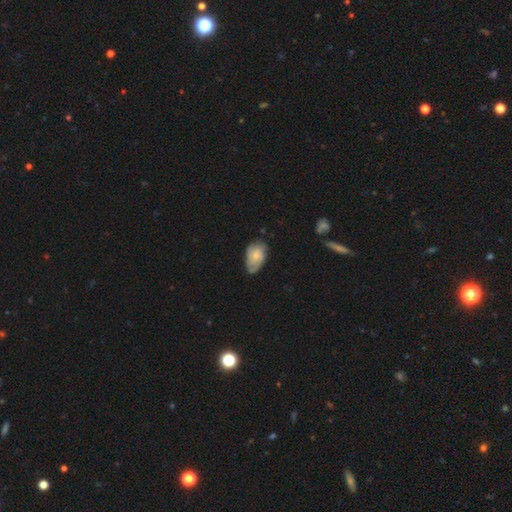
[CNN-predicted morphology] smooth_or_featured: featured or disk (p=0.49) [alt: smooth p=0.45]
merging: none (p=0.54) [alt: minor disturbance p=0.35]